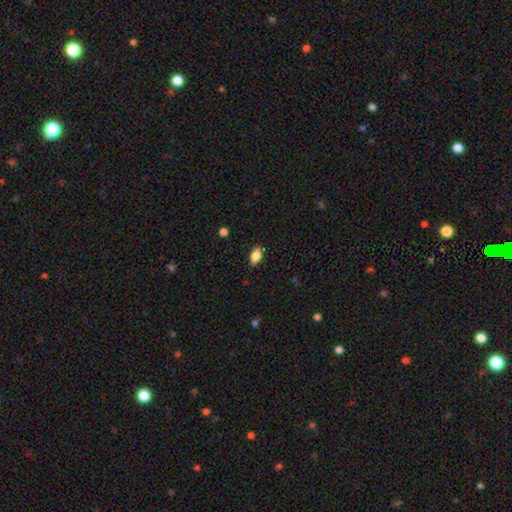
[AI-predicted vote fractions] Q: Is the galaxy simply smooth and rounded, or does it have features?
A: smooth — 85%.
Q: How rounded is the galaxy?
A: in between — 91%.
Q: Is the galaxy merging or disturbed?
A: none — 88%.